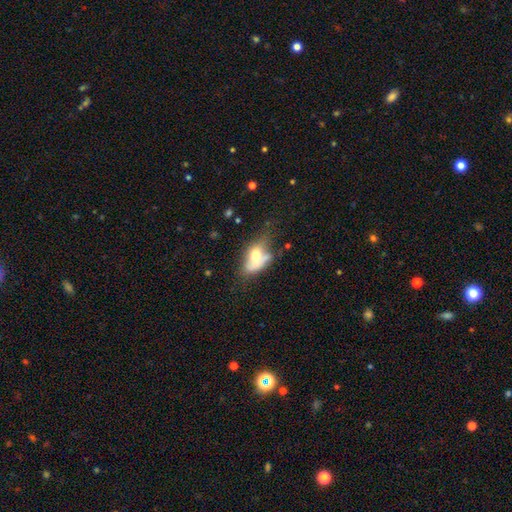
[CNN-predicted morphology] smooth 55%, featured or disk 36%, star or artifact 10%. Down the decision tree: how rounded — in between (82%); merging — major disturbance (28%).